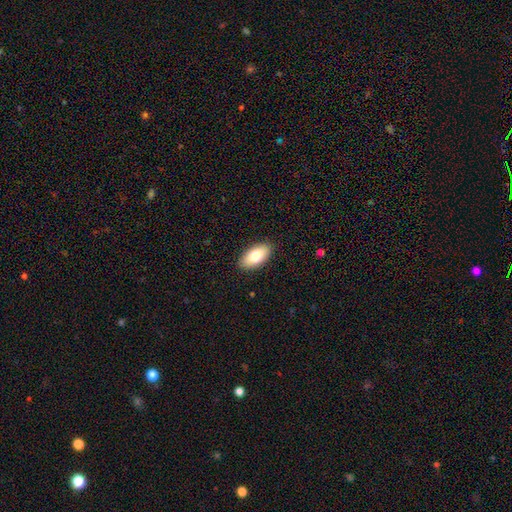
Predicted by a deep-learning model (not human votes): This appears to be a smooth galaxy with no disk features (77%) that is in between round and cigar-shaped (92%). Merging: none (89%).